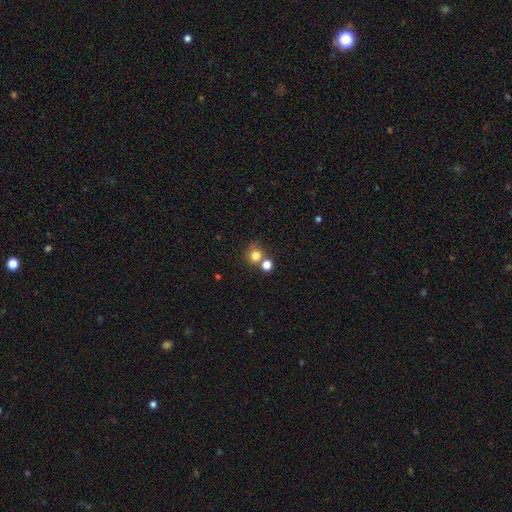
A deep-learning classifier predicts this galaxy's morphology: type=smooth (79%); roundness=round (85%); merging=none (55%).